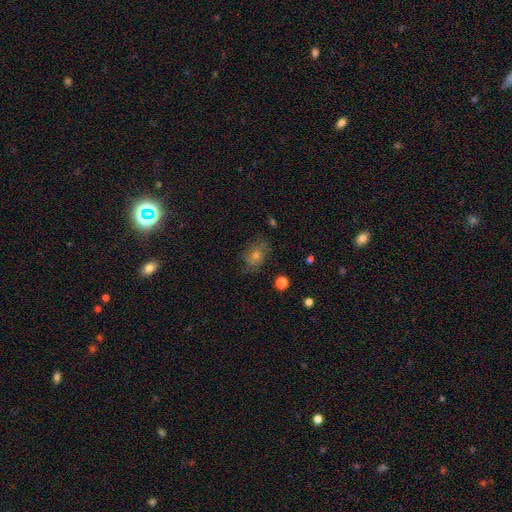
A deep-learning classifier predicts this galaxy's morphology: Smooth or featured? smooth (40%)
Merging? none (73%)